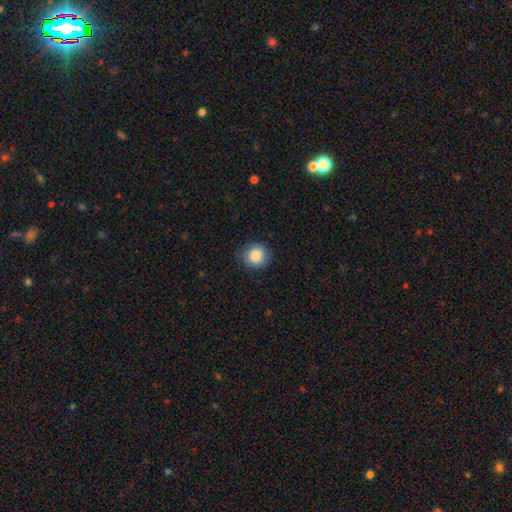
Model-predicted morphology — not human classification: Overall: smooth (87%). How rounded: round (91%). Merging: none (84%).